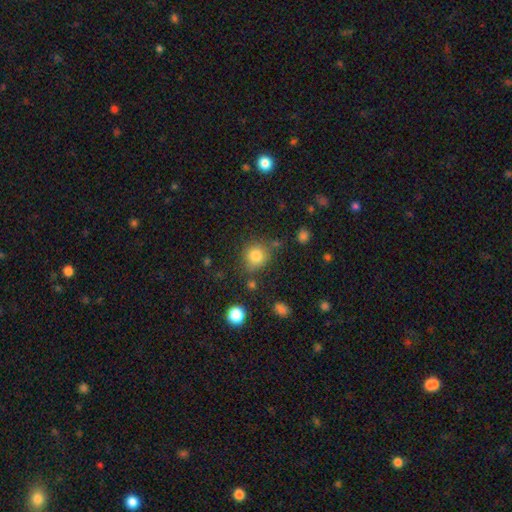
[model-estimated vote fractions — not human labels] A smooth galaxy with no disk features (81%) that is round (86%).

Vote fractions:
- Smooth or featured? smooth: 81% / star or artifact: 12% / featured or disk: 7%
- How rounded? round: 86% / in between: 13% / cigar-shaped: 1%
- Merging? none: 73% / minor disturbance: 15% / merger: 7% / major disturbance: 5%